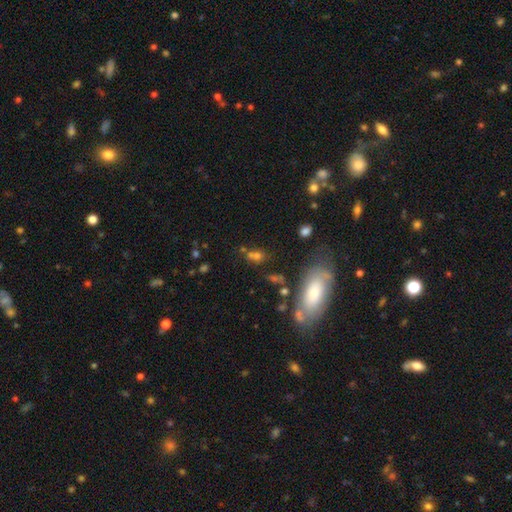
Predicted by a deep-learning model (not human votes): Smooth or featured: smooth — 61% (star or artifact — 21%)
How rounded: in between — 60% (round — 31%)
Merging: none — 57% (merger — 20%)